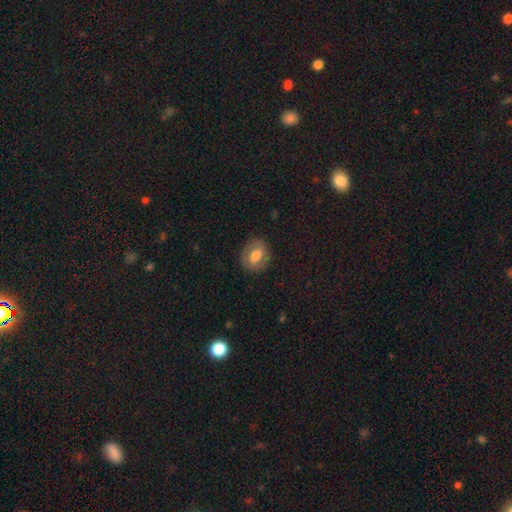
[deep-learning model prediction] The model was most divided on "how rounded": round: 50%, in between: 48%, cigar-shaped: 1%. More confident: merging — none (82%); smooth or featured — smooth (62%).